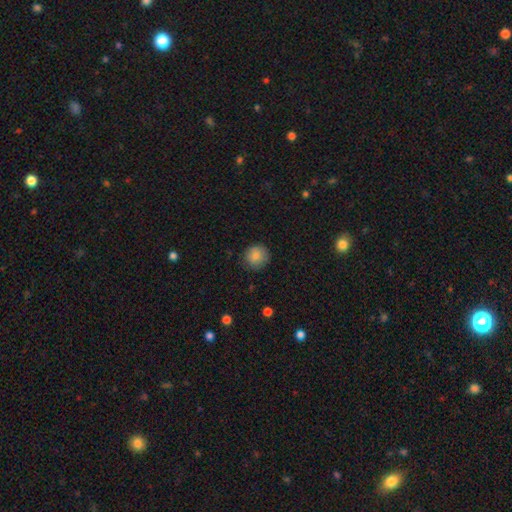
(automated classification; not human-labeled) This is clearly a smooth galaxy (84%). How rounded: clearly round (90%). Merging: clearly none (85%).